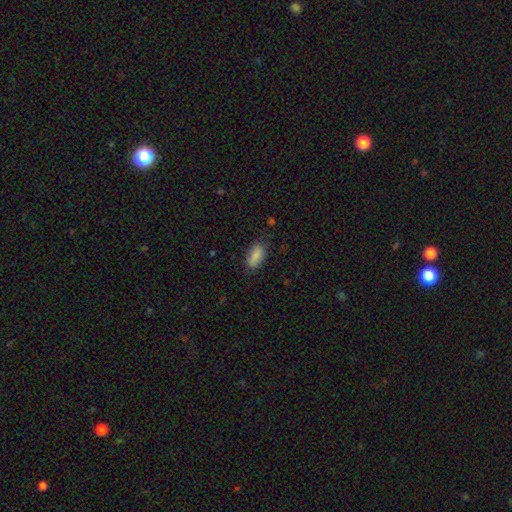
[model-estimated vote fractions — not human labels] Smooth or featured? smooth (84%)
How rounded? in between (91%)
Merging? none (77%)